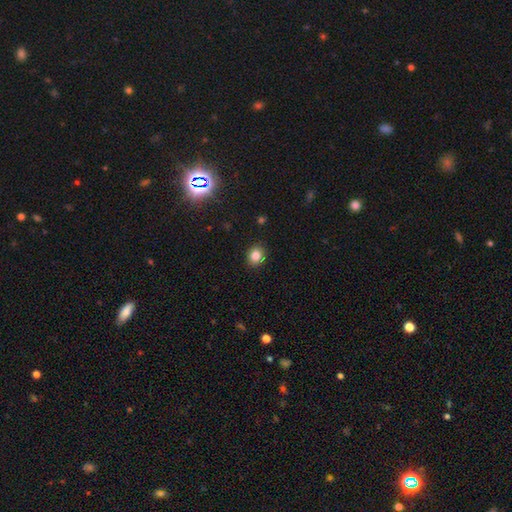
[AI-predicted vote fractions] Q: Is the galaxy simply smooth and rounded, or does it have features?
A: smooth — 82%.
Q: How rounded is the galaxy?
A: round — 73%.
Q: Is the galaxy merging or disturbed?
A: none — 89%.